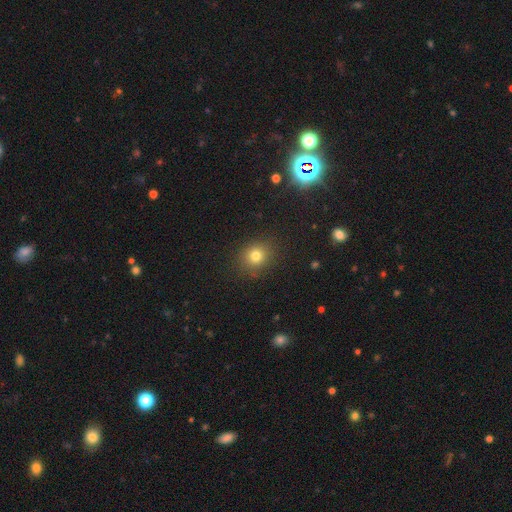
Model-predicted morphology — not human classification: Q: Smooth or featured?
A: smooth (77%); runner-up: star or artifact (16%)
Q: How rounded?
A: round (79%); runner-up: in between (20%)
Q: Merging?
A: none (87%); runner-up: minor disturbance (8%)